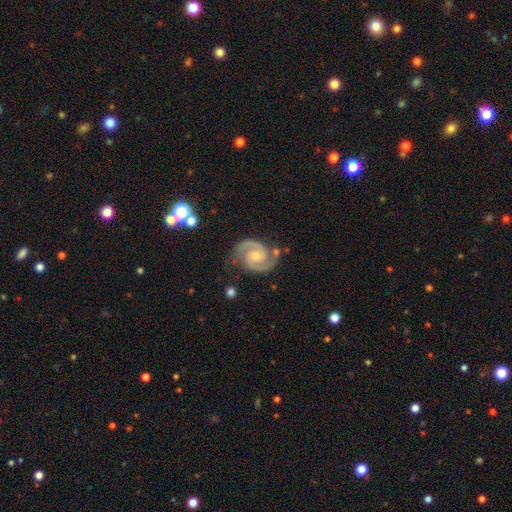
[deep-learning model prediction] Morphology: type=featured or disk (92%); edge-on=no (98%); bar=no (59%); spiral arms=yes (98%); winding=medium (52%); arm count=2 (94%); bulge=moderate (47%); merging=none (76%).